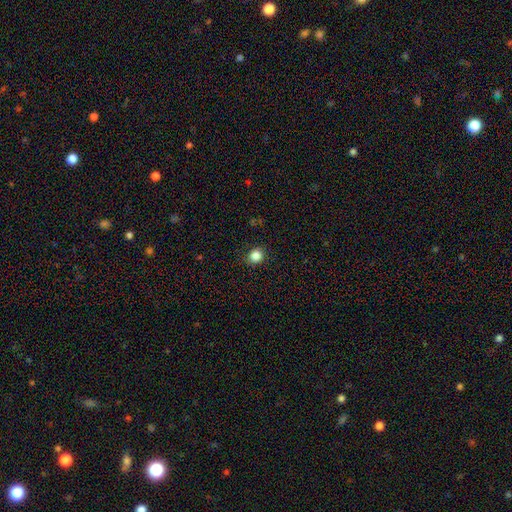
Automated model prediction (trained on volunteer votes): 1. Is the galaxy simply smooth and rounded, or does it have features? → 85% smooth, 11% star or artifact, 4% featured or disk.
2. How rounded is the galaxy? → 81% round, 18% in between, 1% cigar-shaped.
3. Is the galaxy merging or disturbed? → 88% none, 8% minor disturbance, 2% major disturbance, 1% merger.